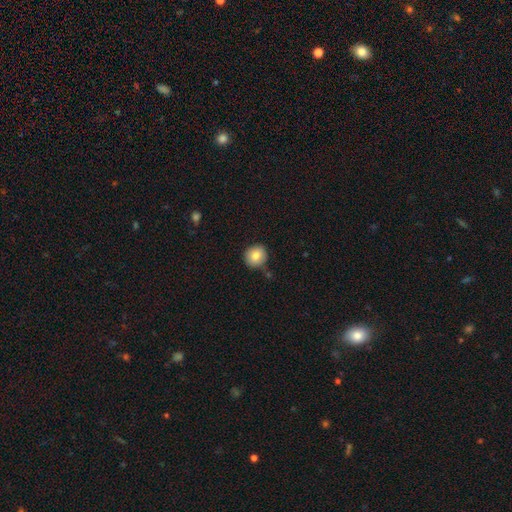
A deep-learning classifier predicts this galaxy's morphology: A smooth galaxy with no disk features (83%) that is round (89%).

Vote fractions:
- Smooth or featured? smooth: 83% / star or artifact: 9% / featured or disk: 8%
- How rounded? round: 89% / in between: 10% / cigar-shaped: 1%
- Merging? none: 82% / minor disturbance: 11% / merger: 4% / major disturbance: 2%